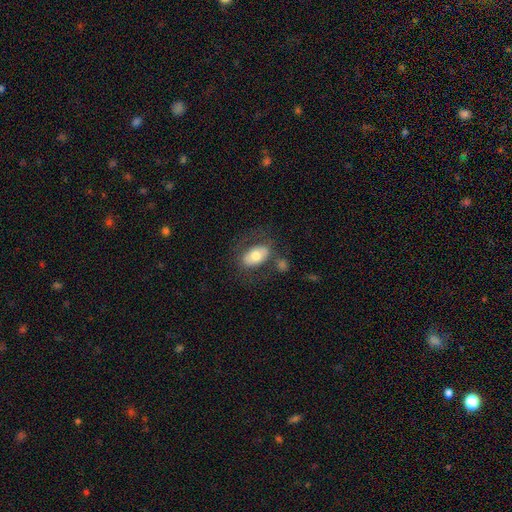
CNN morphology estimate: Overall: smooth (66%; featured or disk 28%). How rounded: in between (91%). Merging: none (61%).